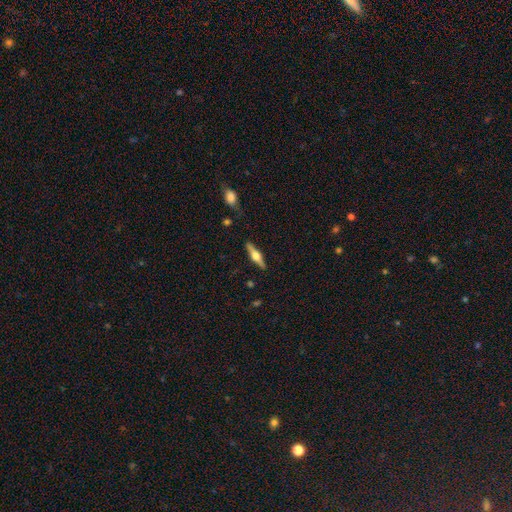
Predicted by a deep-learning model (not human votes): This appears to be a featured or disk galaxy (68%) viewed edge-on (97%) with a rounded central bulge (93%). Merging: none (87%).